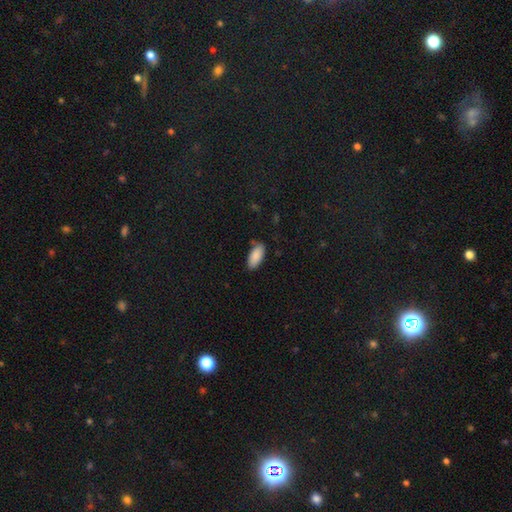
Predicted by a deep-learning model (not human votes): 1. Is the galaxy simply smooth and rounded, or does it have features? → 89% smooth, 6% star or artifact, 5% featured or disk.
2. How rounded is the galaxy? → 89% in between, 9% cigar-shaped, 2% round.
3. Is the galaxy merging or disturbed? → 82% none, 14% minor disturbance, 3% major disturbance, 2% merger.